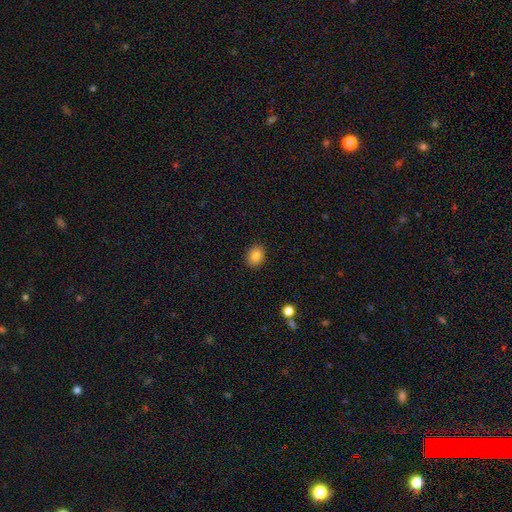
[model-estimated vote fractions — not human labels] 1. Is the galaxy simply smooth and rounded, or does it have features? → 86% smooth, 10% star or artifact, 4% featured or disk.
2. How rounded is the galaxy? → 60% in between, 39% round, 1% cigar-shaped.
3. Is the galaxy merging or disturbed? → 89% none, 8% minor disturbance, 2% major disturbance, 1% merger.